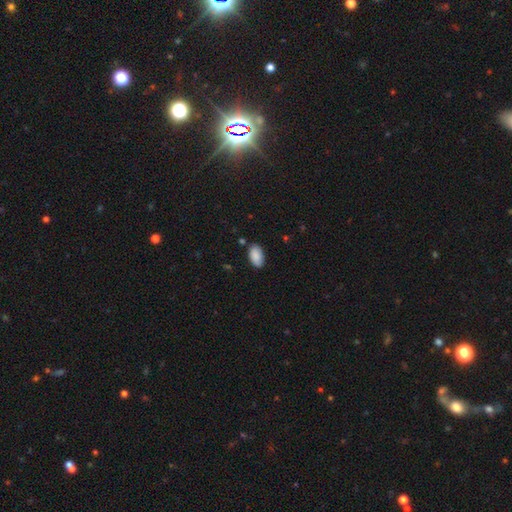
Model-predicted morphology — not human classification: smooth-or-featured: smooth: 89% | star or artifact: 7% | featured or disk: 4%
  how-rounded: in between: 95% | round: 3% | cigar-shaped: 2%
  merging: none: 83% | minor disturbance: 13% | major disturbance: 2% | merger: 2%